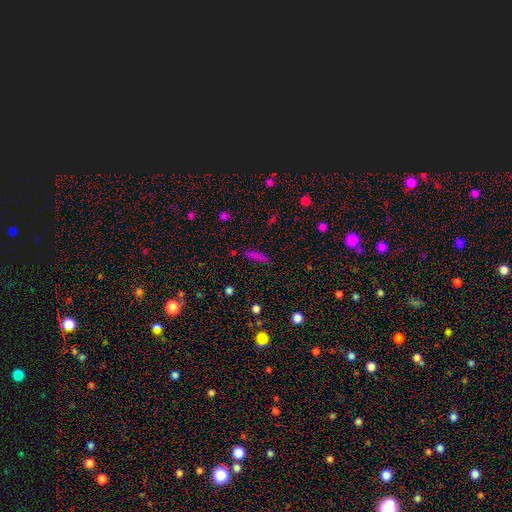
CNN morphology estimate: A smooth galaxy with no disk features (76%) that is cigar-shaped (79%).

Vote fractions:
- Smooth or featured? smooth: 76% / star or artifact: 14% / featured or disk: 10%
- How rounded? cigar-shaped: 79% / in between: 18% / round: 3%
- Merging? none: 82% / minor disturbance: 12% / major disturbance: 3% / merger: 2%